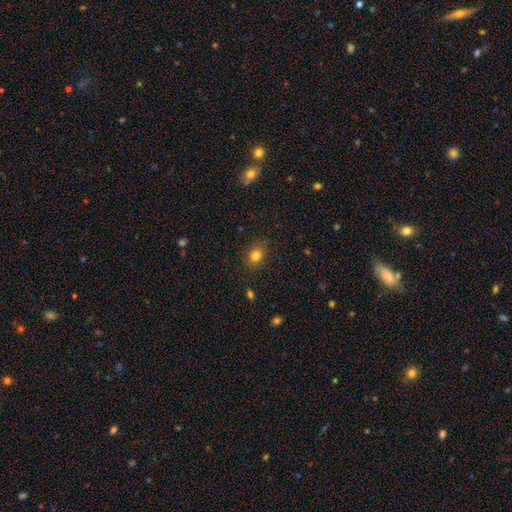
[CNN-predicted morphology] This appears to be a smooth galaxy with no disk features (81%) that is in between round and cigar-shaped (50%). Merging: none (84%).